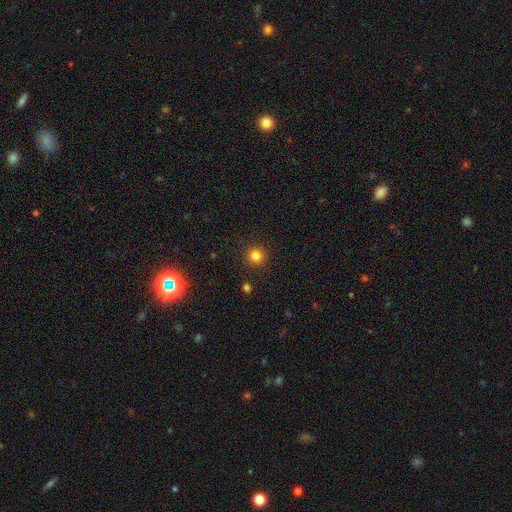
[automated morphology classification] smooth 82%, star or artifact 14%, featured or disk 5%. Down the decision tree: how rounded — round (94%); merging — none (90%).